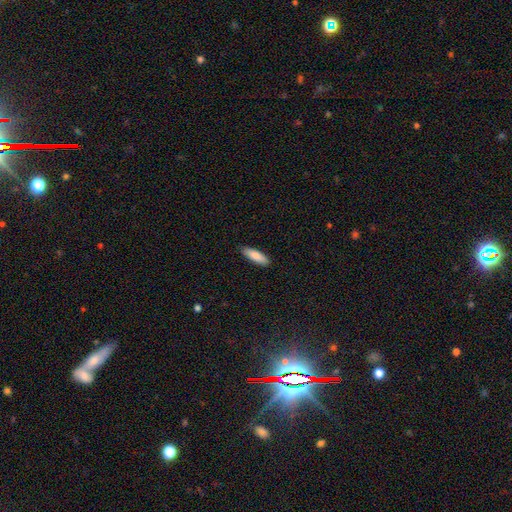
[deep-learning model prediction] The model was most divided on "how rounded": cigar-shaped: 50%, in between: 49%, round: 1%. More confident: merging — none (89%); smooth or featured — smooth (86%).